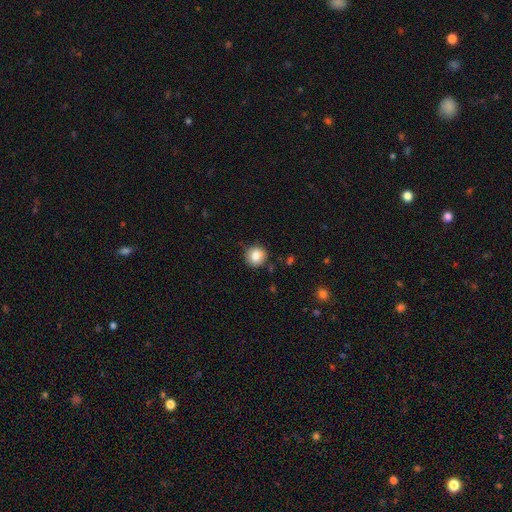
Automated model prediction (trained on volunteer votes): This is clearly a smooth galaxy (84%). How rounded: clearly round (91%). Merging: clearly none (86%).